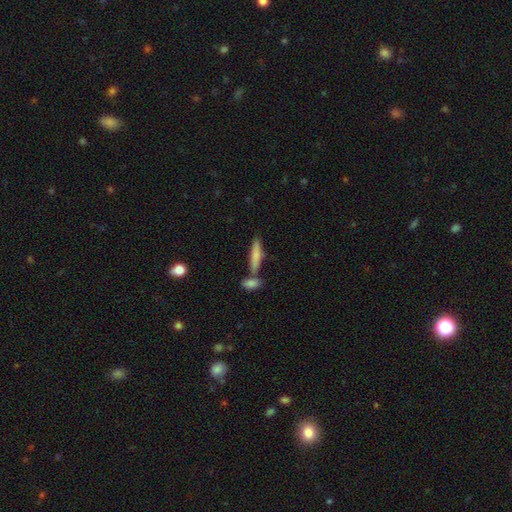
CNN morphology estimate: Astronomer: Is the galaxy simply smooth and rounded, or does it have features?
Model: smooth — 77%.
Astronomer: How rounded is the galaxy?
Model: cigar-shaped — 78%.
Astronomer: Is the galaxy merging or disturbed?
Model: none — 60%.